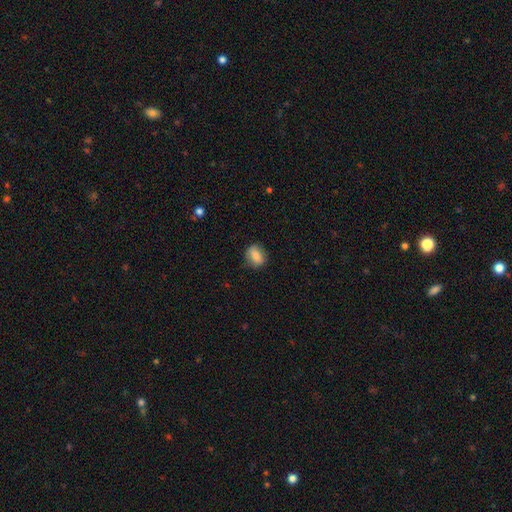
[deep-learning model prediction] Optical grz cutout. It shows a smooth galaxy with no disk features (79%) that is in between round and cigar-shaped (58%). Merging: none (78%).